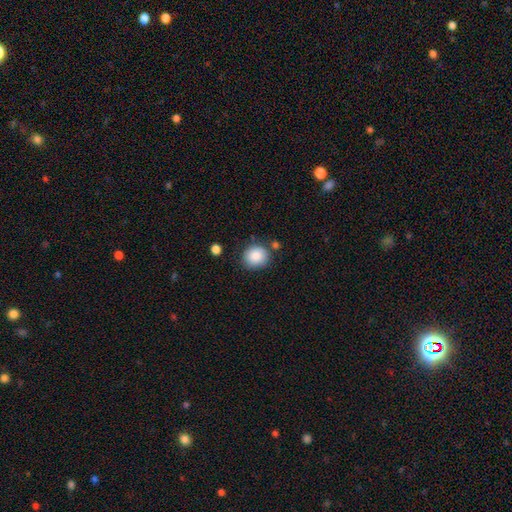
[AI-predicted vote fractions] smooth 87%, star or artifact 8%, featured or disk 5%. Down the decision tree: how rounded — round (80%); merging — none (79%).